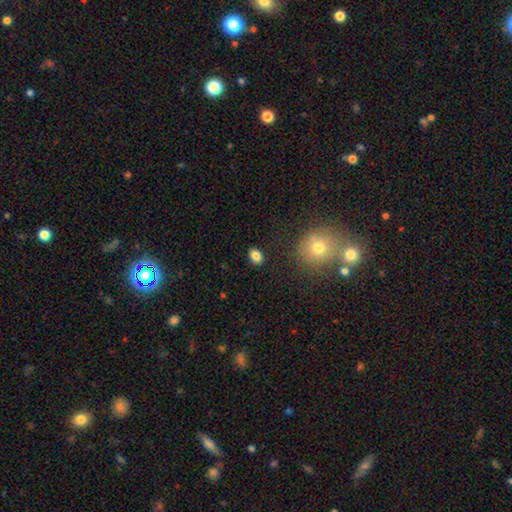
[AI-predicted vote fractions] smooth-or-featured: smooth: 84% | star or artifact: 10% | featured or disk: 6%
  how-rounded: in between: 72% | round: 27% | cigar-shaped: 1%
  merging: none: 86% | minor disturbance: 9% | major disturbance: 3% | merger: 2%